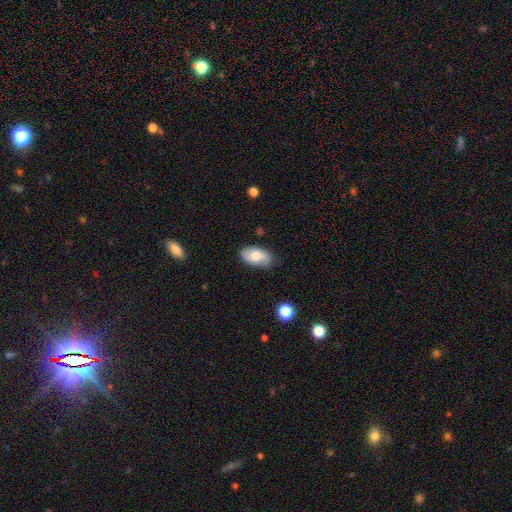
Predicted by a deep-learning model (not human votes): Smooth or featured?
  - smooth: 70% *
  - featured or disk: 24%
  - star or artifact: 7%
How rounded?
  - in between: 94% *
  - round: 4%
  - cigar-shaped: 2%
Merging?
  - none: 80% *
  - minor disturbance: 16%
  - major disturbance: 3%
  - merger: 1%